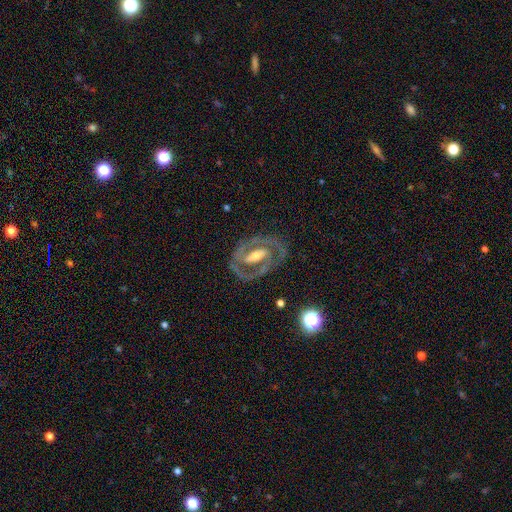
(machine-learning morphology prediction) smooth-or-featured: featured or disk: 88% | smooth: 8% | star or artifact: 5%
  disk-edge-on: no: 96% | yes: 4%
    bar: strong: 55% | weak: 30% | no: 15%
    has-spiral-arms: yes: 88% | no: 12%
      spiral-winding: tight: 51% | medium: 41% | loose: 8%
      spiral-arm-count: 2: 87% | can't tell: 5% | 1: 3% | 3: 2% | 4: 1% | more than 4: 1%
    bulge-size: moderate: 55% | small: 31% | large: 10% | none: 2% | dominant: 1%
  merging: none: 79% | minor disturbance: 12% | major disturbance: 7% | merger: 1%